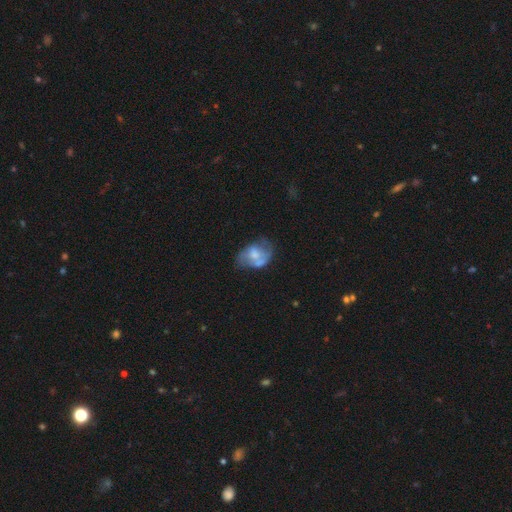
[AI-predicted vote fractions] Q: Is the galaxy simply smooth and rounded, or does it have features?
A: featured or disk — 48%.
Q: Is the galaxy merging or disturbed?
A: none — 36%.